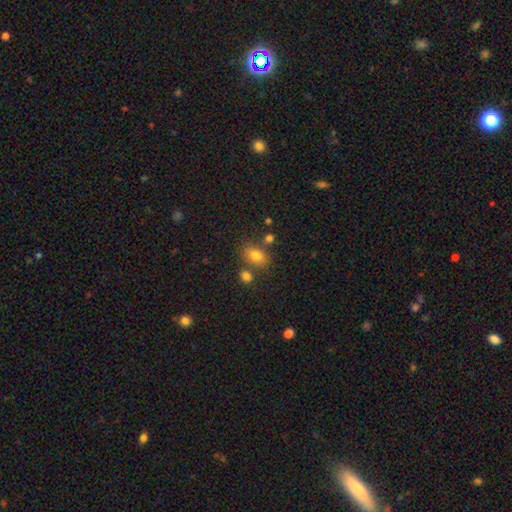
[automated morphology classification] Smooth or featured: smooth — 78% (featured or disk — 11%)
How rounded: in between — 75% (round — 24%)
Merging: none — 68% (merger — 14%)